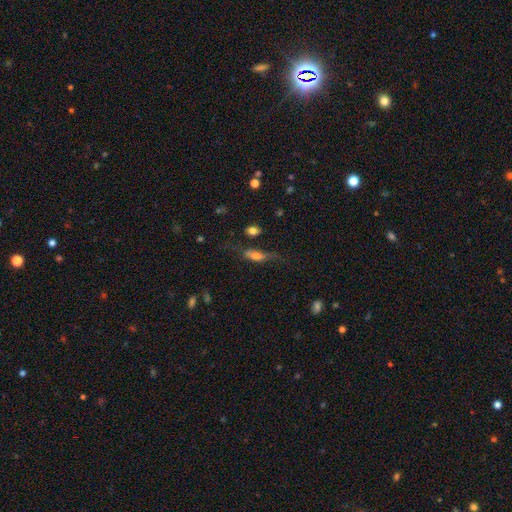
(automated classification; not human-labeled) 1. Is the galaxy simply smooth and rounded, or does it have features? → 53% smooth, 37% featured or disk, 10% star or artifact.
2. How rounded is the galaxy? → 55% in between, 40% cigar-shaped, 6% round.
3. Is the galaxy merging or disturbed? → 48% none, 25% minor disturbance, 21% major disturbance, 6% merger.